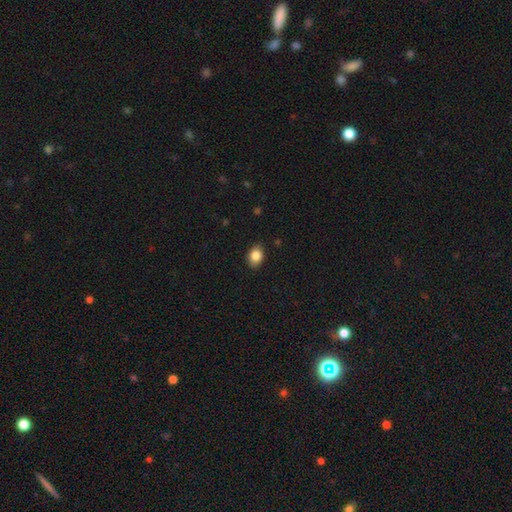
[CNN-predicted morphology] The model was most divided on "how rounded": in between: 71%, round: 28%, cigar-shaped: 1%. More confident: merging — none (86%); smooth or featured — smooth (85%).